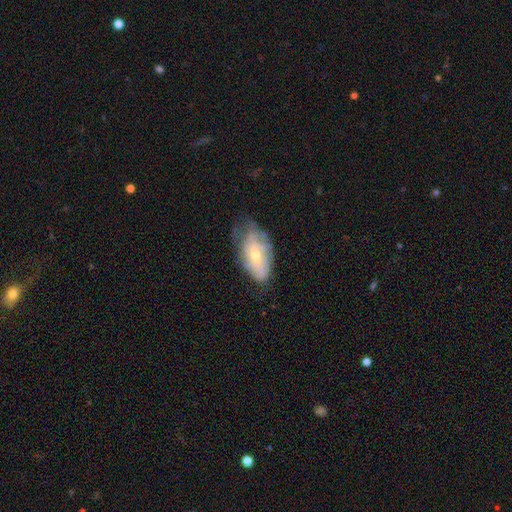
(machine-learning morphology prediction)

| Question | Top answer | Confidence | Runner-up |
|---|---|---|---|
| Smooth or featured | featured or disk | 56% | smooth (37%) |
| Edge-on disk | no | 92% | yes (8%) |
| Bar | no | 75% | weak (21%) |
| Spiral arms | yes | 68% | no (32%) |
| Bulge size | small | 58% | moderate (38%) |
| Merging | none | 50% | minor disturbance (34%) |